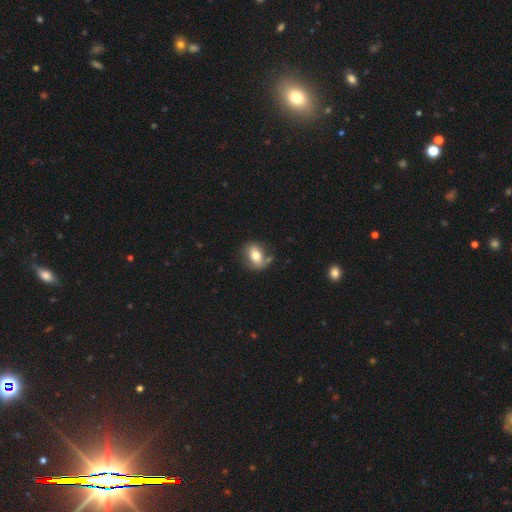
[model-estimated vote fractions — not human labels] Overall: smooth (67%). How rounded: in between (65%; round 33%). Merging: none (66%).